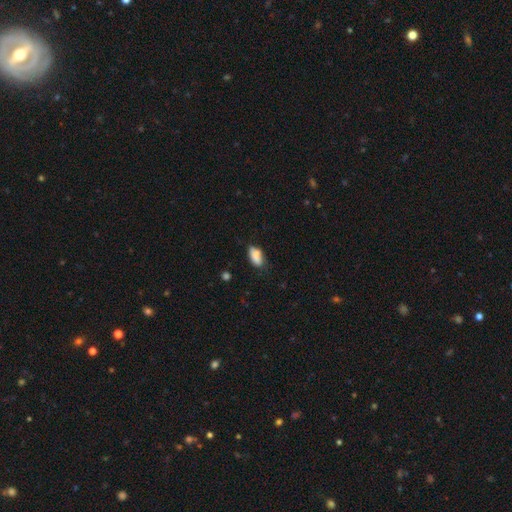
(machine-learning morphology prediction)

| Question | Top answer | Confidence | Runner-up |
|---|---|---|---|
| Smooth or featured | smooth | 84% | featured or disk (9%) |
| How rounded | in between | 90% | cigar-shaped (5%) |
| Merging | none | 60% | minor disturbance (30%) |